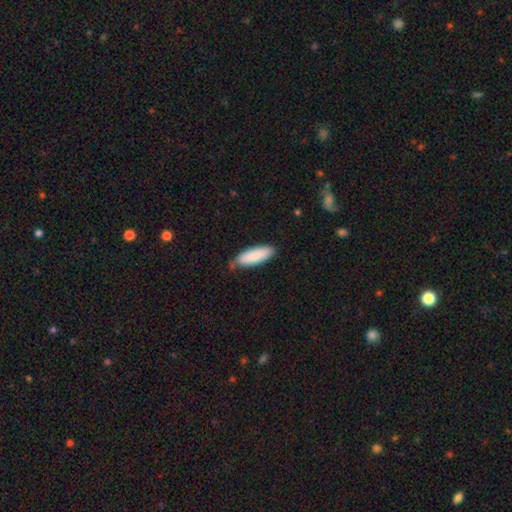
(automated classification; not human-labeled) smooth 86%, featured or disk 8%, star or artifact 6%. Down the decision tree: how rounded — in between (59%); merging — none (73%).